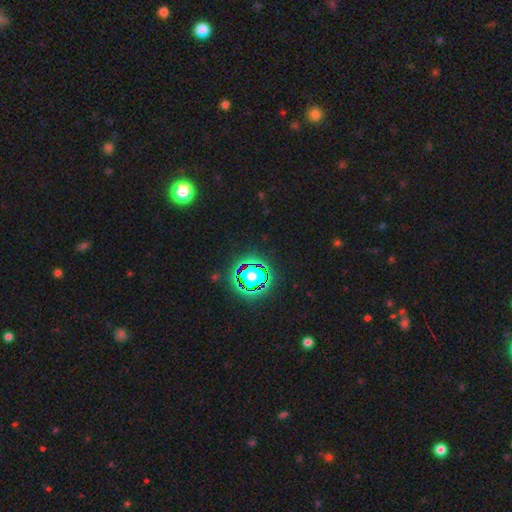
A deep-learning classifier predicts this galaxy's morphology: Overall: star or artifact (81%).